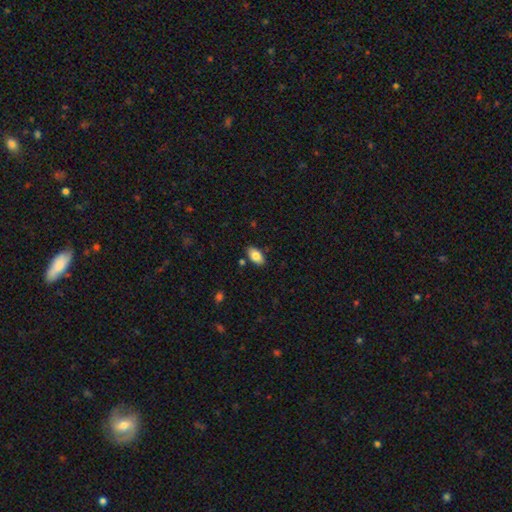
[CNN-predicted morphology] The model was most divided on "merging": none: 84%, minor disturbance: 11%, merger: 3%, major disturbance: 2%. More confident: how rounded — in between (94%); smooth or featured — smooth (83%).